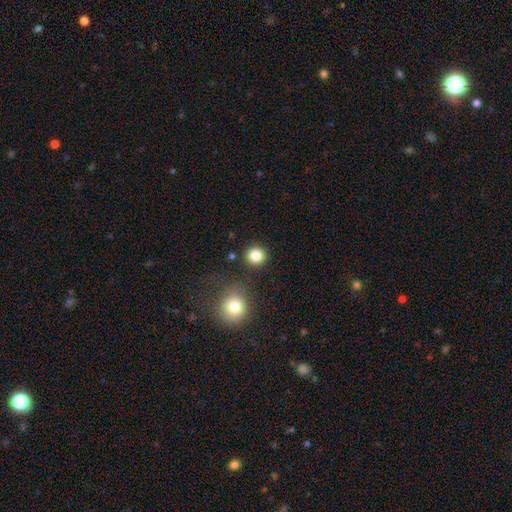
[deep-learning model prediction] Smooth or featured: smooth — 84% (star or artifact — 11%)
How rounded: round — 91% (in between — 8%)
Merging: none — 87% (minor disturbance — 7%)